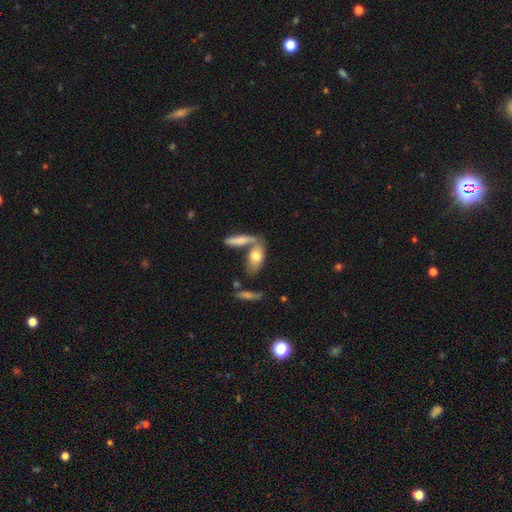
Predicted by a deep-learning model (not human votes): The model was most divided on "merging": none: 43%, merger: 39%, minor disturbance: 13%, major disturbance: 5%. More confident: how rounded — in between (79%); smooth or featured — smooth (73%).